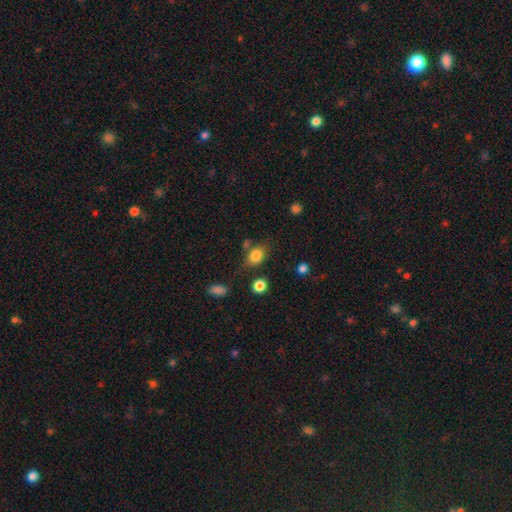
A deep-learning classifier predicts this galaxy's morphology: Q: Smooth or featured?
A: smooth (82%); runner-up: star or artifact (10%)
Q: How rounded?
A: in between (67%); runner-up: round (31%)
Q: Merging?
A: none (68%); runner-up: minor disturbance (17%)